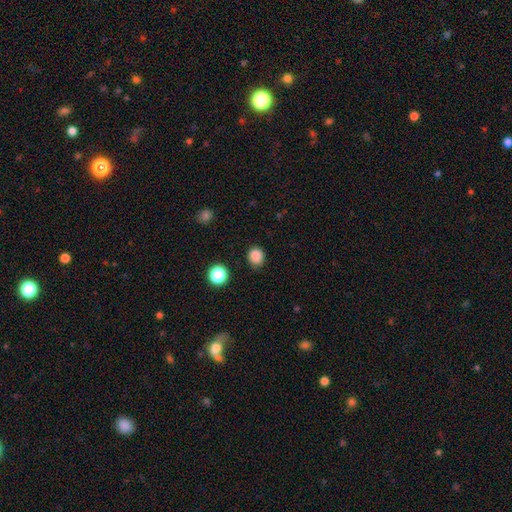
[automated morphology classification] Smooth or featured: smooth — 85% (star or artifact — 12%)
How rounded: round — 74% (in between — 25%)
Merging: none — 83% (minor disturbance — 12%)